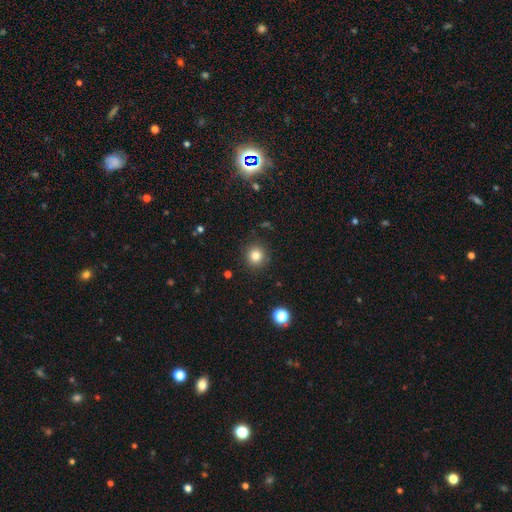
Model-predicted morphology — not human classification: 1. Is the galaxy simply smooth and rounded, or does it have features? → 81% smooth, 12% star or artifact, 7% featured or disk.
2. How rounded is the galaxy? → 93% round, 6% in between, 1% cigar-shaped.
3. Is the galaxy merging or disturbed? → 89% none, 7% minor disturbance, 2% major disturbance, 1% merger.